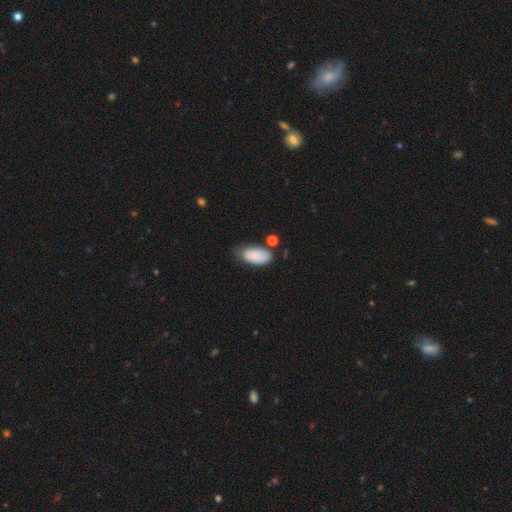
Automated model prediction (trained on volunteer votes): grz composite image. It shows a smooth galaxy with no disk features (86%) that is in between round and cigar-shaped (93%). Merging: none (56%).